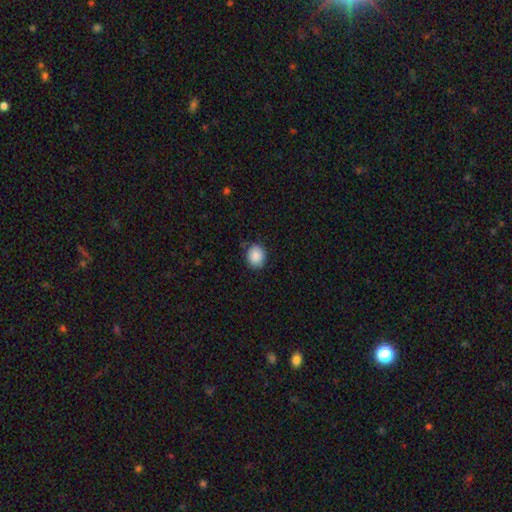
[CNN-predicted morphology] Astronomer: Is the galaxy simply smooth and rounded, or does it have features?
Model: smooth — 89%.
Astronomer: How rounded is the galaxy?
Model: round — 63%.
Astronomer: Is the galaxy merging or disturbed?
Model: none — 84%.